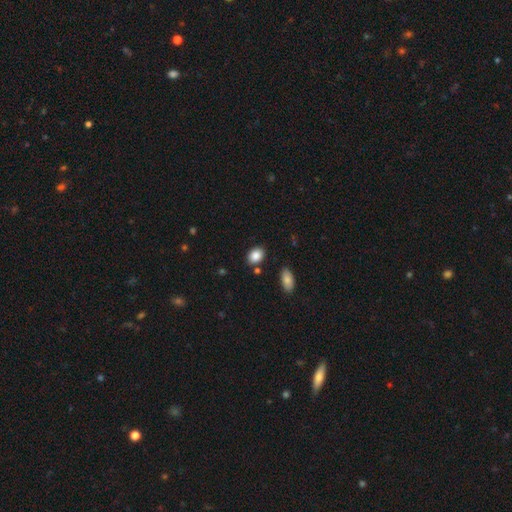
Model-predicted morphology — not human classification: smooth 87%, star or artifact 8%, featured or disk 5%. Down the decision tree: how rounded — in between (74%); merging — none (82%).